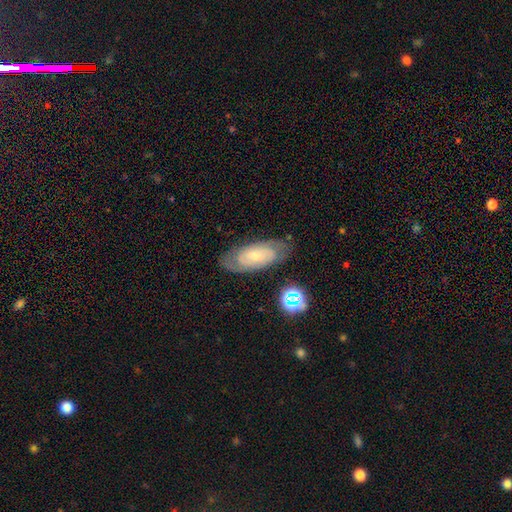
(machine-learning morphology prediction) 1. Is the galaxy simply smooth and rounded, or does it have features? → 70% featured or disk, 22% smooth, 8% star or artifact.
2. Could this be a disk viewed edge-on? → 92% no, 8% yes.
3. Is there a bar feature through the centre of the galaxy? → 68% no, 25% weak, 6% strong.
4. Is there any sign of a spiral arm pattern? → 87% yes, 13% no.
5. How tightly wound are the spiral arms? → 64% tight, 29% medium, 7% loose.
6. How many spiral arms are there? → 53% 2, 35% can't tell, 5% 3, 3% 1, 2% 4, 2% more than 4.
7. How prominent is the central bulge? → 73% small, 21% moderate, 3% none, 2% large, 1% dominant.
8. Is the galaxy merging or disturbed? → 77% none, 16% minor disturbance, 5% major disturbance, 2% merger.